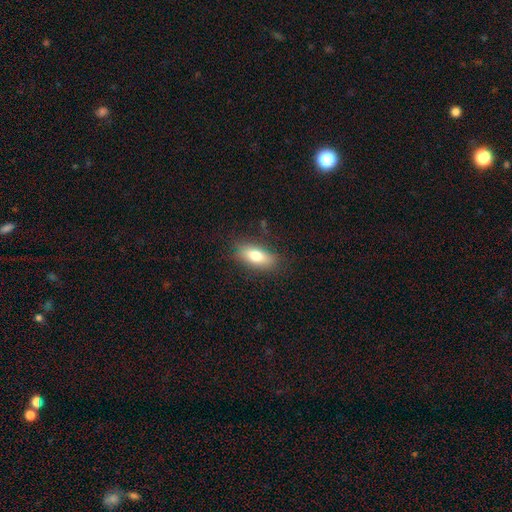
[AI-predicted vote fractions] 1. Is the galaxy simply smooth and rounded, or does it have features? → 76% smooth, 16% featured or disk, 8% star or artifact.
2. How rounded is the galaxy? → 80% in between, 16% cigar-shaped, 4% round.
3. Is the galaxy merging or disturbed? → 83% none, 12% minor disturbance, 3% major disturbance, 1% merger.